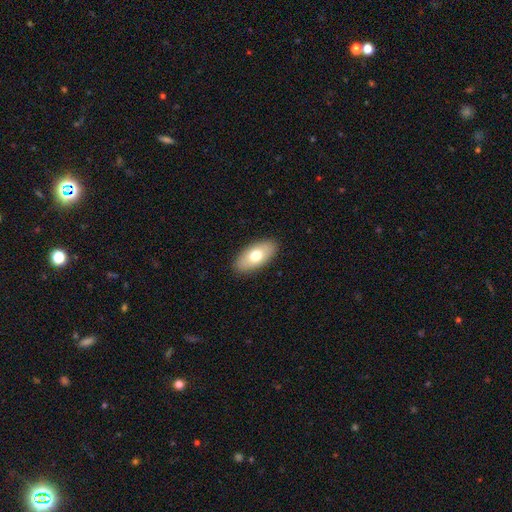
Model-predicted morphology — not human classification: Smooth or featured: smooth — 71% (featured or disk — 23%)
How rounded: in between — 91% (cigar-shaped — 6%)
Merging: none — 89% (minor disturbance — 8%)